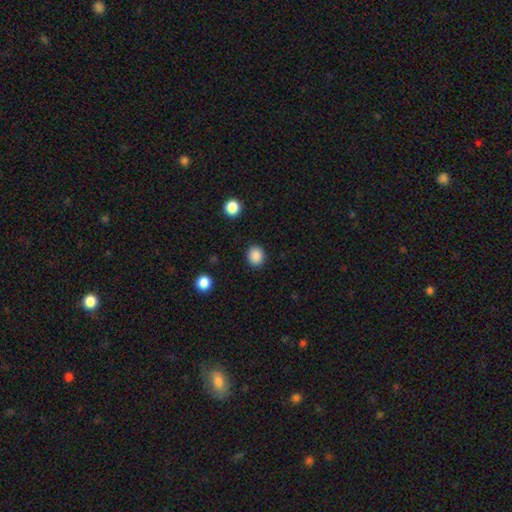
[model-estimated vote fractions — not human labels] Smooth or featured? Predicted: smooth (p=0.87). How rounded? Predicted: round (p=0.79). Merging? Predicted: none (p=0.89).